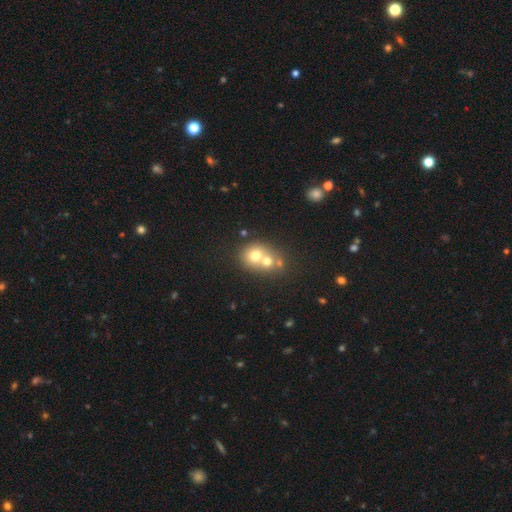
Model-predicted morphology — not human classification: type=smooth (66%); roundness=round (74%); merging=merger (65%).